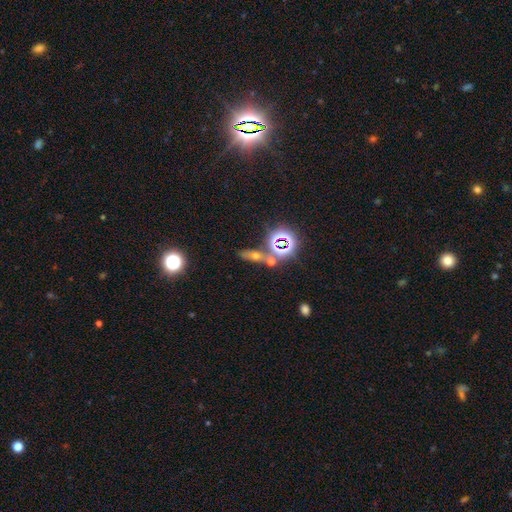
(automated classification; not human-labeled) A smooth galaxy with no disk features (44%).

Vote fractions:
- Smooth or featured? smooth: 44% / star or artifact: 38% / featured or disk: 18%
- Merging? none: 65% / merger: 18% / minor disturbance: 12% / major disturbance: 6%